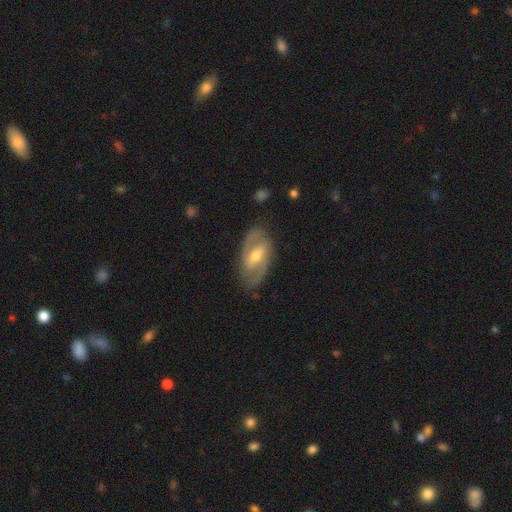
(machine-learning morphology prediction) Q: Smooth or featured?
A: featured or disk (78%); runner-up: smooth (16%)
Q: Edge-on disk?
A: no (94%); runner-up: yes (6%)
Q: Bar?
A: weak (49%); runner-up: strong (32%)
Q: Spiral arms?
A: yes (86%); runner-up: no (14%)
Q: Spiral winding?
A: medium (49%); runner-up: tight (31%)
Q: Spiral arm count?
A: 2 (85%); runner-up: can't tell (9%)
Q: Bulge size?
A: moderate (62%); runner-up: small (31%)
Q: Merging?
A: none (79%); runner-up: minor disturbance (15%)